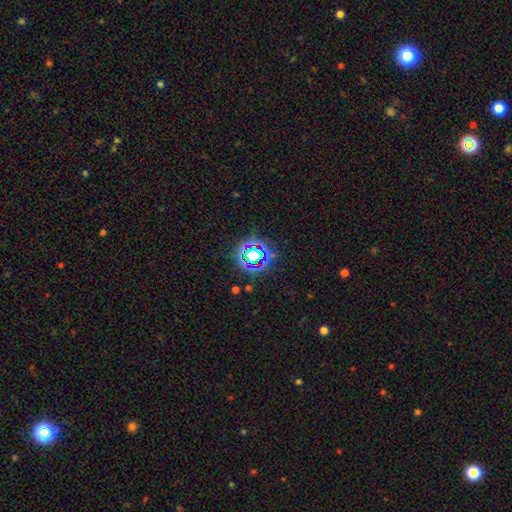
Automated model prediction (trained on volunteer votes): The model was most divided on "smooth or featured": star or artifact: 66%, smooth: 22%, featured or disk: 12%.